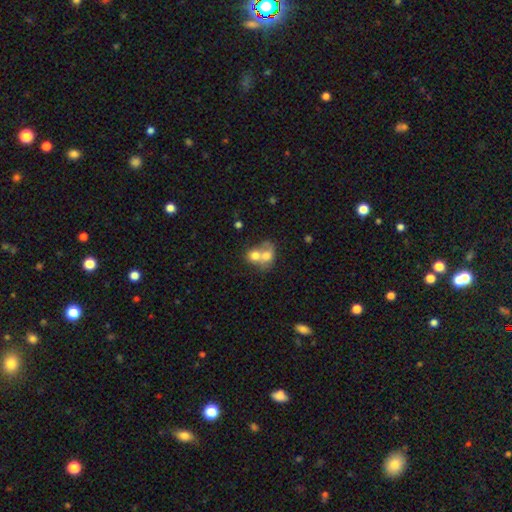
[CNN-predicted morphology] Smooth or featured? smooth (68%)
How rounded? round (56%)
Merging? merger (74%)